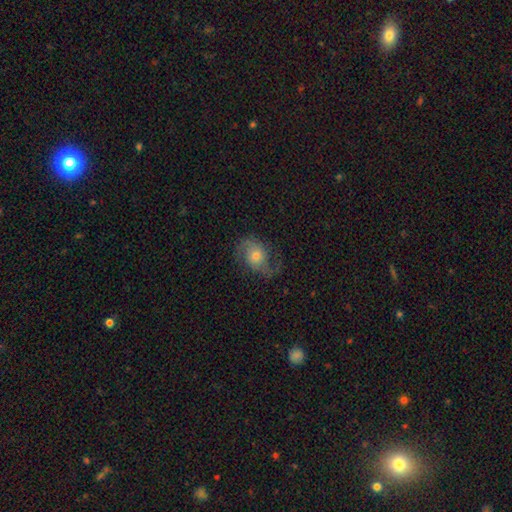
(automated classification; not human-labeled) This appears to be a featured or disk galaxy (72%) with no bar (71%), 2 (89%) medium (44%) spiral arms (93%) and a moderate central bulge (49%). Merging: none (71%).